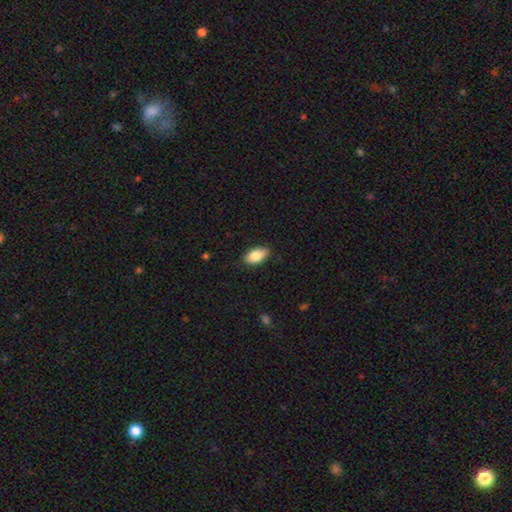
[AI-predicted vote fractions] smooth 85%, featured or disk 9%, star or artifact 7%. Down the decision tree: how rounded — in between (93%); merging — none (85%).